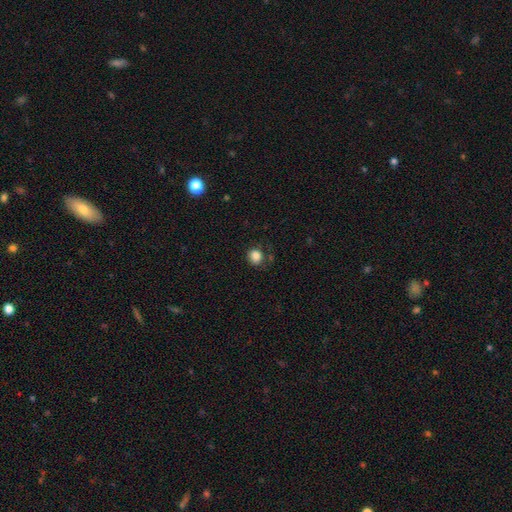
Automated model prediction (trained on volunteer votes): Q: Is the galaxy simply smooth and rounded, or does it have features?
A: smooth — 85%.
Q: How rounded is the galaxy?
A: round — 75%.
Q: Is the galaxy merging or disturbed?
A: none — 74%.